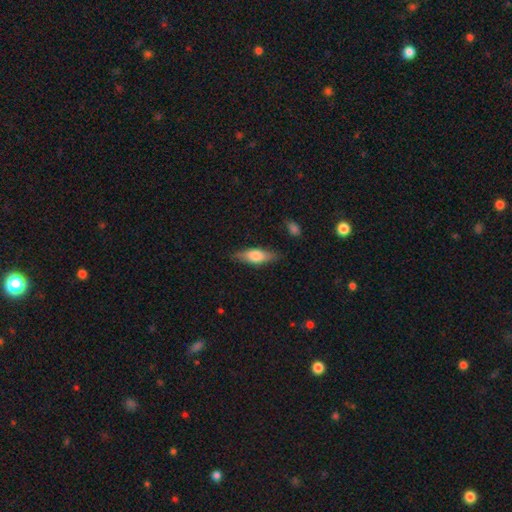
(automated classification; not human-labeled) Smooth or featured?
  - smooth: 64% *
  - featured or disk: 30%
  - star or artifact: 6%
How rounded?
  - in between: 54% *
  - cigar-shaped: 43%
  - round: 3%
Merging?
  - none: 83% *
  - minor disturbance: 13%
  - major disturbance: 3%
  - merger: 2%